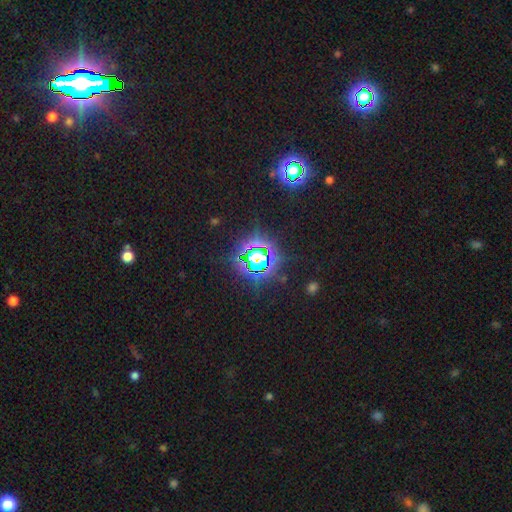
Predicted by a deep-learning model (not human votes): A star or artifact, not a galaxy (78%).